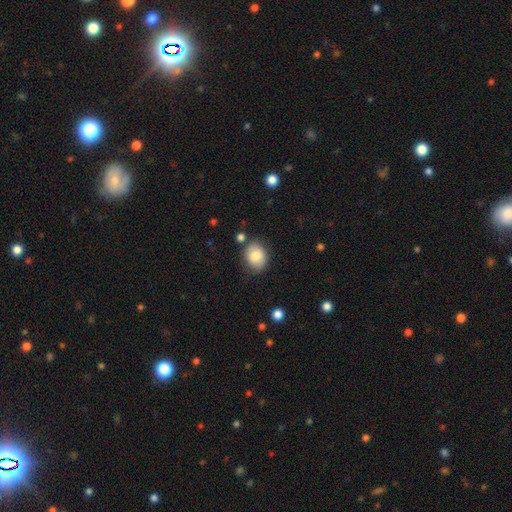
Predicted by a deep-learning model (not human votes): Smooth or featured? Predicted: smooth (p=0.79). How rounded? Predicted: in between (p=0.59). Merging? Predicted: none (p=0.74).